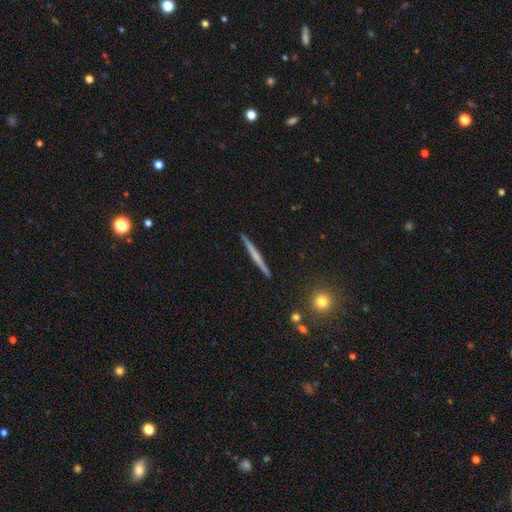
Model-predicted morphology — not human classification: Smooth or featured? Predicted: featured or disk (p=0.52). Edge-on disk? Predicted: yes (p=0.98). Edge-on bulge? Predicted: none (p=0.75). Merging? Predicted: none (p=0.92).